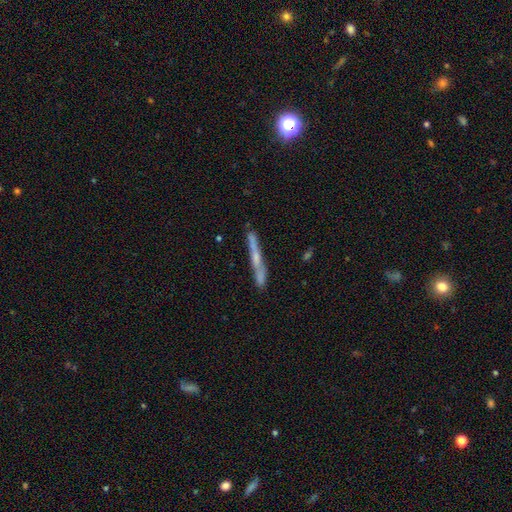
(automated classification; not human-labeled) Smooth or featured? featured or disk (57%)
Edge-on disk? yes (93%)
Edge-on bulge? none (55%)
Merging? none (79%)